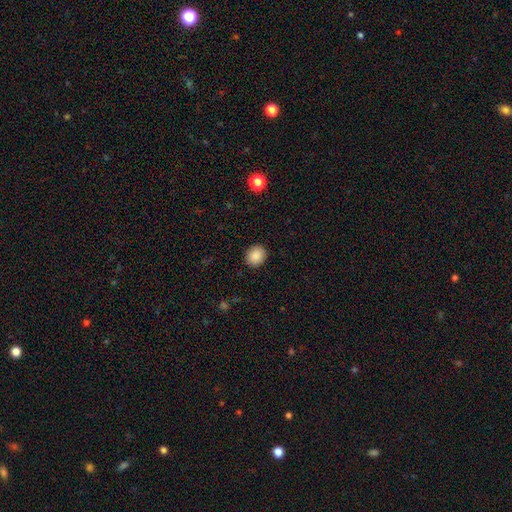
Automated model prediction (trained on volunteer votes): A smooth galaxy with no disk features (88%) that is round (72%). Merging: none (91%).